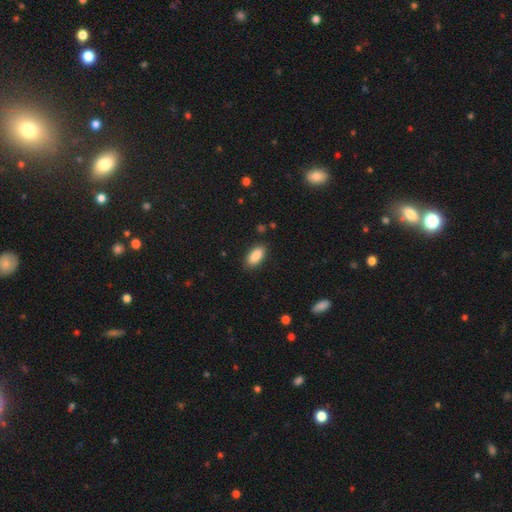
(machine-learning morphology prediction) The model was most divided on "merging": none: 87%, minor disturbance: 9%, major disturbance: 2%, merger: 1%. More confident: how rounded — in between (91%); smooth or featured — smooth (89%).